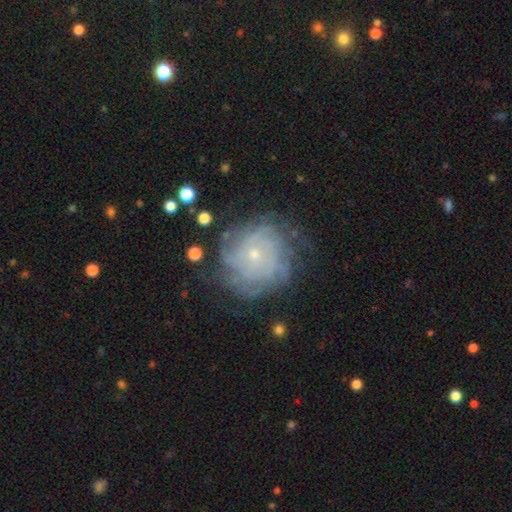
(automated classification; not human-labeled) Morphology: type=featured or disk (71%); edge-on=no (97%); bar=no (83%); spiral arms=yes (85%); winding=tight (69%); arm count=can't tell (49%); bulge=small (75%); merging=none (69%).